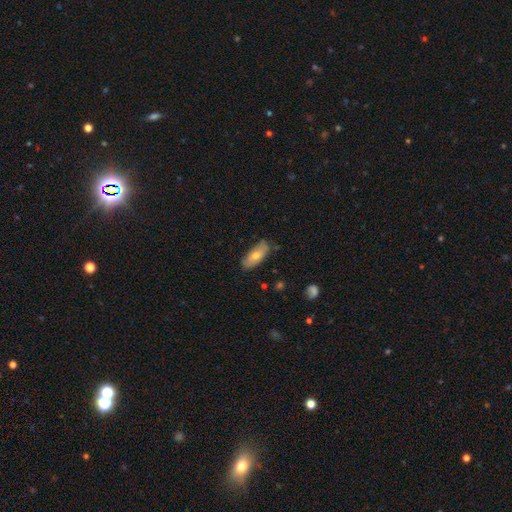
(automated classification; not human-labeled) smooth 61%, featured or disk 32%, star or artifact 7%. Down the decision tree: how rounded — in between (78%); merging — none (77%).